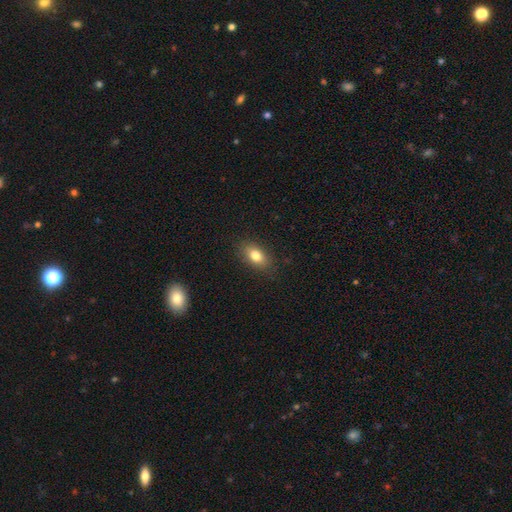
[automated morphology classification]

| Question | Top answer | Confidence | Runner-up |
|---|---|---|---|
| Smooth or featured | smooth | 80% | featured or disk (12%) |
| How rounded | in between | 85% | round (10%) |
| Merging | none | 86% | minor disturbance (10%) |